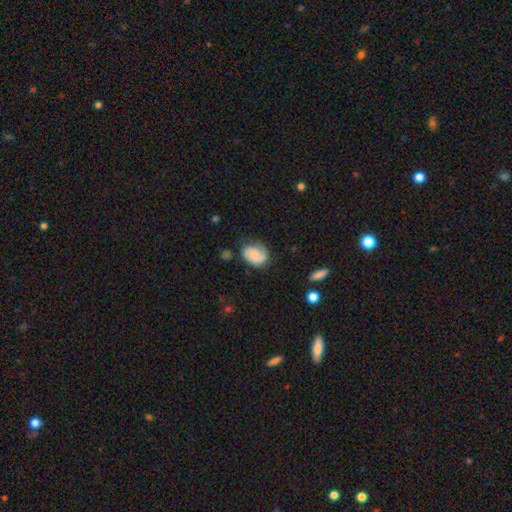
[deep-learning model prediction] Overall: smooth (52%; featured or disk 40%). How rounded: in between (63%; round 36%). Merging: none (60%; minor disturbance 27%).